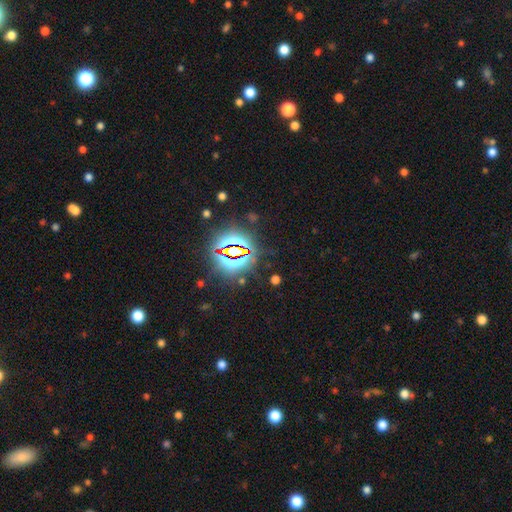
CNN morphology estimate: Overall: star or artifact (86%).